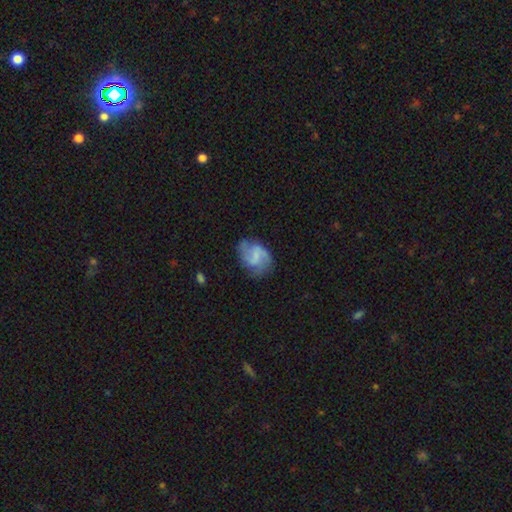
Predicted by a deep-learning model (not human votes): smooth-or-featured: featured or disk: 60% | smooth: 32% | star or artifact: 8%
  disk-edge-on: no: 98% | yes: 2%
    bar: weak: 49% | no: 31% | strong: 19%
    has-spiral-arms: yes: 85% | no: 15%
    bulge-size: none: 54% | small: 26% | moderate: 14% | large: 4% | dominant: 1%
  merging: none: 60% | minor disturbance: 24% | major disturbance: 13% | merger: 2%